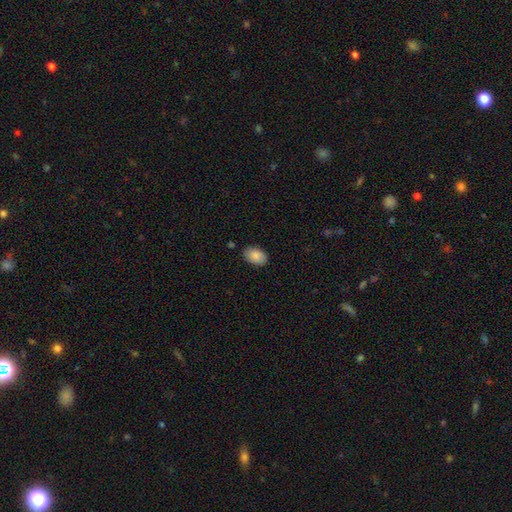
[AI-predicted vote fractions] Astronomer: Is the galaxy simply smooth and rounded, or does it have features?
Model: smooth — 89%.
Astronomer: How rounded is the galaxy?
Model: in between — 90%.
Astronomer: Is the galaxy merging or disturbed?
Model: none — 86%.